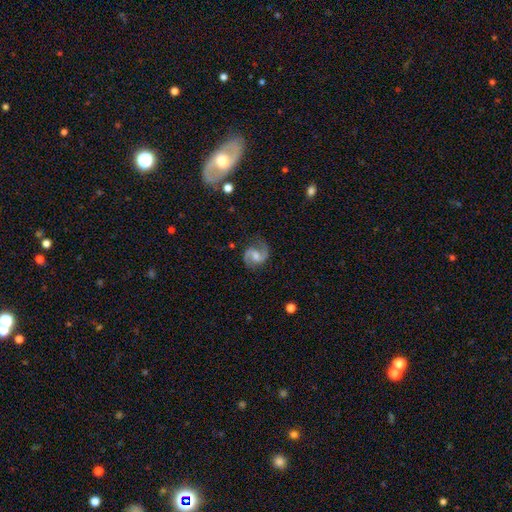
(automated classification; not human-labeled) Smooth or featured? Predicted: featured or disk (p=0.89). Edge-on disk? Predicted: no (p=0.98). Bar? Predicted: weak (p=0.48). Spiral arms? Predicted: yes (p=0.98). Spiral winding? Predicted: medium (p=0.59). Spiral arm count? Predicted: 2 (p=0.93). Bulge size? Predicted: moderate (p=0.55). Merging? Predicted: none (p=0.80).